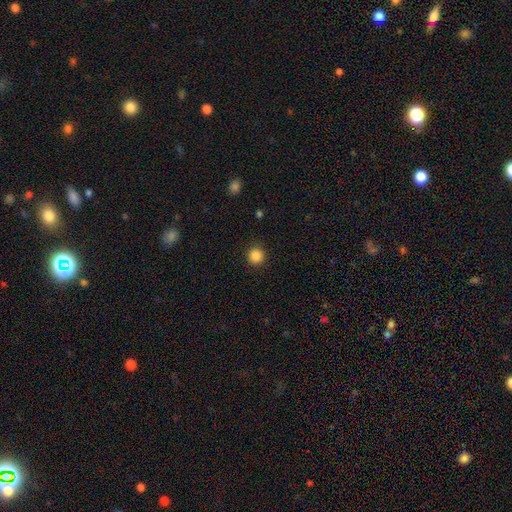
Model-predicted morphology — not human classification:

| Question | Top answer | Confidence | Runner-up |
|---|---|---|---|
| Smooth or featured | smooth | 86% | star or artifact (11%) |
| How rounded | round | 94% | in between (5%) |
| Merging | none | 91% | minor disturbance (6%) |